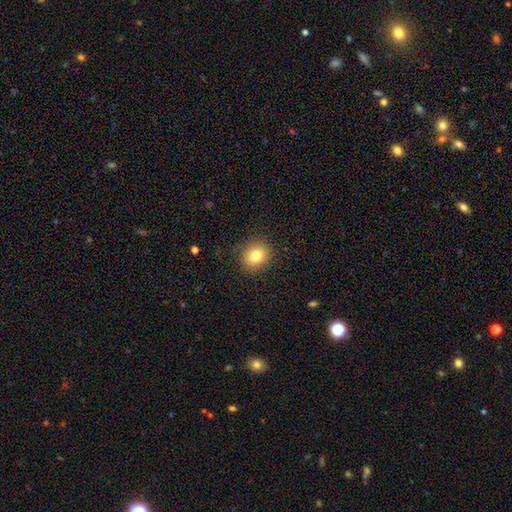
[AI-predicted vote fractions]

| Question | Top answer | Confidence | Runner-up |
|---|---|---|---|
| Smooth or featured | smooth | 80% | star or artifact (11%) |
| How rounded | round | 75% | in between (24%) |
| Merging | none | 87% | minor disturbance (9%) |